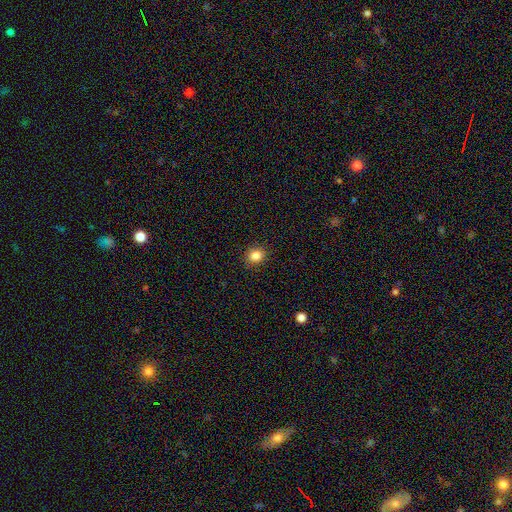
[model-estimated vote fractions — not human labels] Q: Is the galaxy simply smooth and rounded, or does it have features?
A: smooth — 84%.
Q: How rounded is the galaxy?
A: round — 81%.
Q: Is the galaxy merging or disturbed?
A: none — 90%.